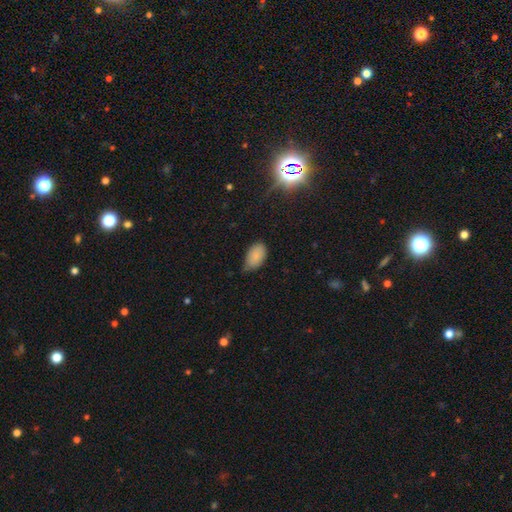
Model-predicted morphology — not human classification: A smooth galaxy with no disk features (85%) that is in between round and cigar-shaped (93%).

Vote fractions:
- Smooth or featured? smooth: 85% / star or artifact: 9% / featured or disk: 6%
- How rounded? in between: 93% / round: 5% / cigar-shaped: 2%
- Merging? none: 53% / minor disturbance: 39% / major disturbance: 6% / merger: 2%